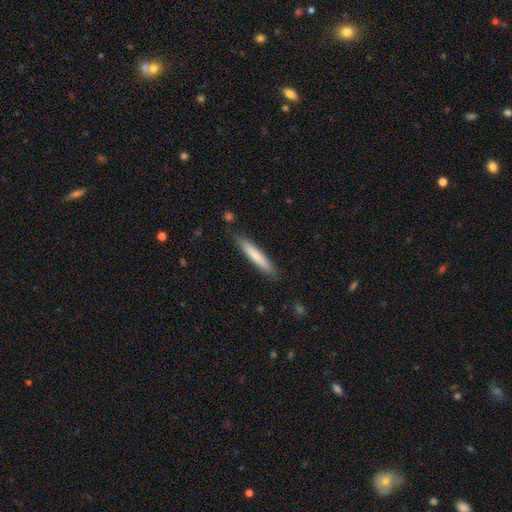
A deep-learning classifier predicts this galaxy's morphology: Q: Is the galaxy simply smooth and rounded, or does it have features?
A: smooth — 76%.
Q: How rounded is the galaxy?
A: cigar-shaped — 92%.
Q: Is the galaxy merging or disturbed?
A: none — 86%.